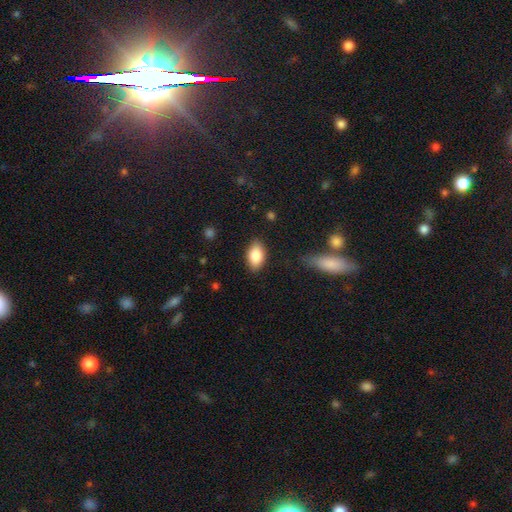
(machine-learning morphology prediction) Smooth or featured?
  - smooth: 85% *
  - featured or disk: 8%
  - star or artifact: 7%
How rounded?
  - in between: 92% *
  - round: 6%
  - cigar-shaped: 2%
Merging?
  - none: 85% *
  - minor disturbance: 11%
  - major disturbance: 3%
  - merger: 1%